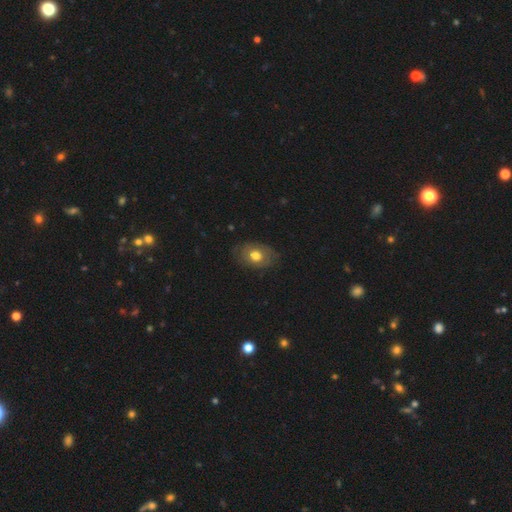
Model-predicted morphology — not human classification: Overall: smooth (56%; featured or disk 36%). How rounded: in between (76%). Merging: none (75%).